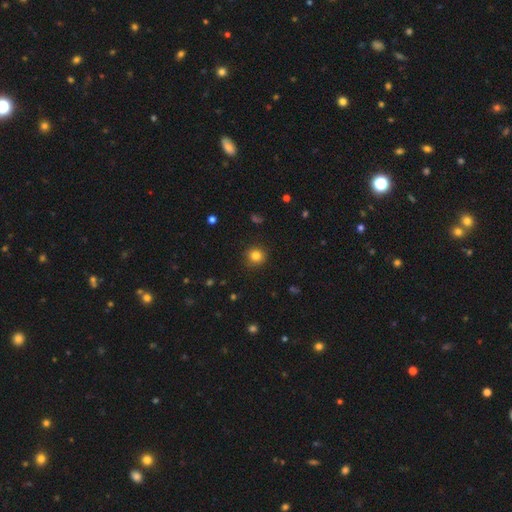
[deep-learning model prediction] Smooth or featured? smooth (83%)
How rounded? round (92%)
Merging? none (90%)